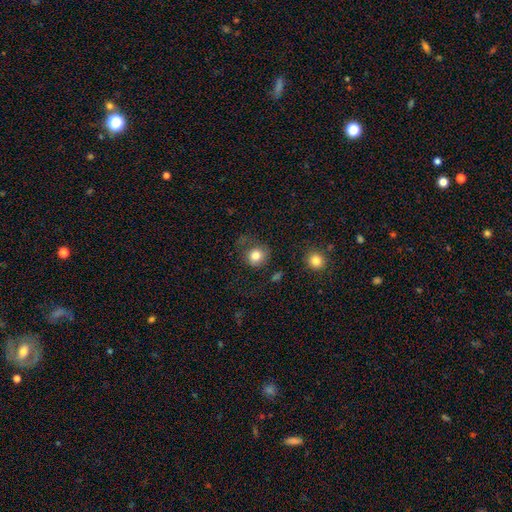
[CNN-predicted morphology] type=smooth (81%); roundness=round (83%); merging=none (63%).